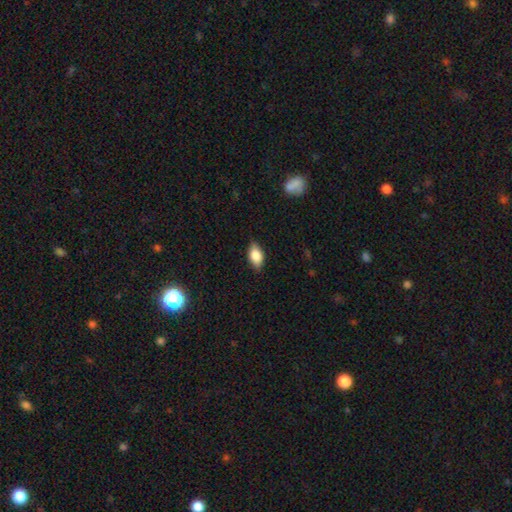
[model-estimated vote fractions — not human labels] Q: Smooth or featured?
A: smooth (81%); runner-up: featured or disk (11%)
Q: How rounded?
A: in between (90%); runner-up: round (6%)
Q: Merging?
A: none (82%); runner-up: minor disturbance (14%)